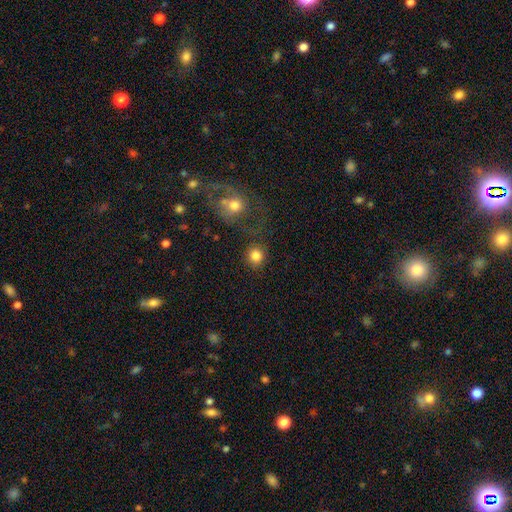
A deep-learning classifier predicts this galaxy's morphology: A smooth galaxy with no disk features (83%) that is round (89%). Merging: none (78%).